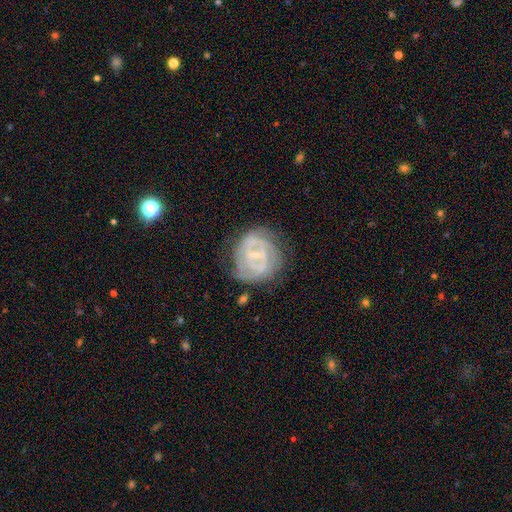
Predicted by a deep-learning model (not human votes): Morphology: type=featured or disk (79%); edge-on=no (97%); bar=weak (46%); spiral arms=yes (84%); winding=tight (64%); arm count=2 (40%); bulge=small (73%); merging=none (68%).